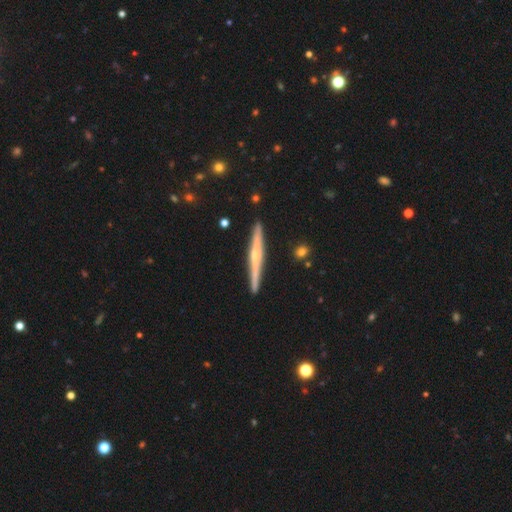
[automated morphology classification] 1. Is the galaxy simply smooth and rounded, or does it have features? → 71% featured or disk, 23% smooth, 6% star or artifact.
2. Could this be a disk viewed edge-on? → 98% yes, 2% no.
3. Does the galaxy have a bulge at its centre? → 68% rounded, 25% none, 8% boxy.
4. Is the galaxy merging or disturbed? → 90% none, 7% minor disturbance, 2% merger, 1% major disturbance.